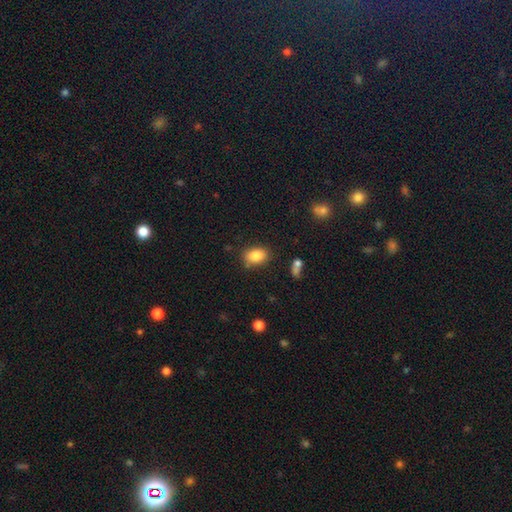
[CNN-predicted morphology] Q: Smooth or featured?
A: smooth (85%); runner-up: star or artifact (9%)
Q: How rounded?
A: in between (83%); runner-up: round (15%)
Q: Merging?
A: none (79%); runner-up: minor disturbance (14%)